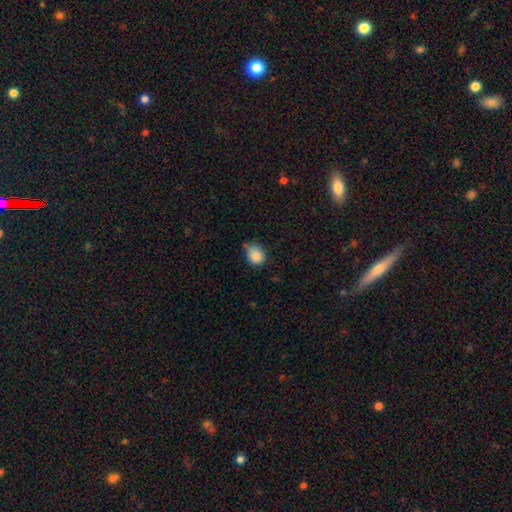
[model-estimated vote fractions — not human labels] The model was most divided on "merging": none: 48%, minor disturbance: 38%, major disturbance: 8%, merger: 6%. More confident: smooth or featured — smooth (85%); how rounded — round (66%).